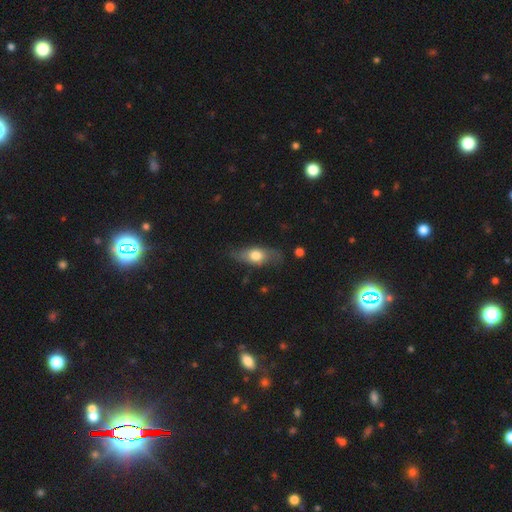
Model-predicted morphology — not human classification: A smooth galaxy with no disk features (55%) that is in between round and cigar-shaped (72%).

Vote fractions:
- Smooth or featured? smooth: 55% / featured or disk: 38% / star or artifact: 7%
- How rounded? in between: 72% / cigar-shaped: 20% / round: 8%
- Merging? none: 69% / minor disturbance: 23% / major disturbance: 7% / merger: 2%